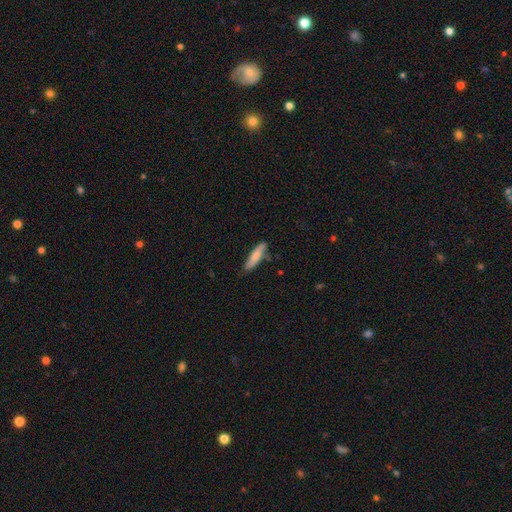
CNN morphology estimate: type=smooth (74%); roundness=cigar-shaped (79%); merging=none (69%).